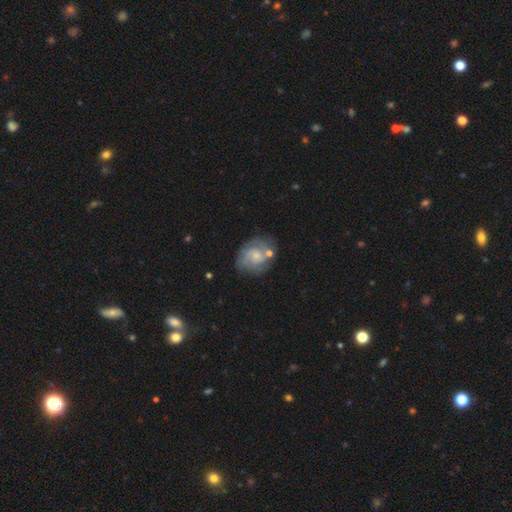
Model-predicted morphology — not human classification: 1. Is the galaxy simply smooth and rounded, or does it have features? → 62% featured or disk, 31% smooth, 7% star or artifact.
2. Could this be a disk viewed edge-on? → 98% no, 2% yes.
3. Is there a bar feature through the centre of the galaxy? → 73% no, 24% weak, 3% strong.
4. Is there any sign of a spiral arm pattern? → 81% yes, 19% no.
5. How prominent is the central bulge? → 59% small, 29% moderate, 8% none, 3% large, 1% dominant.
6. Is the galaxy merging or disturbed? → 60% none, 20% minor disturbance, 12% merger, 8% major disturbance.